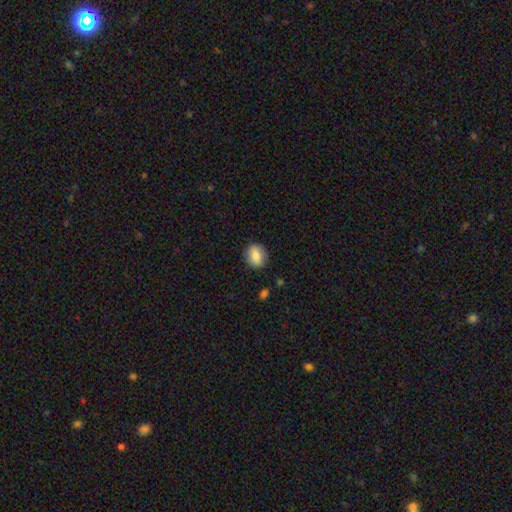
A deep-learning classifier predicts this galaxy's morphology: This appears to be a smooth galaxy with no disk features (85%) that is round (63%). Merging: none (88%).